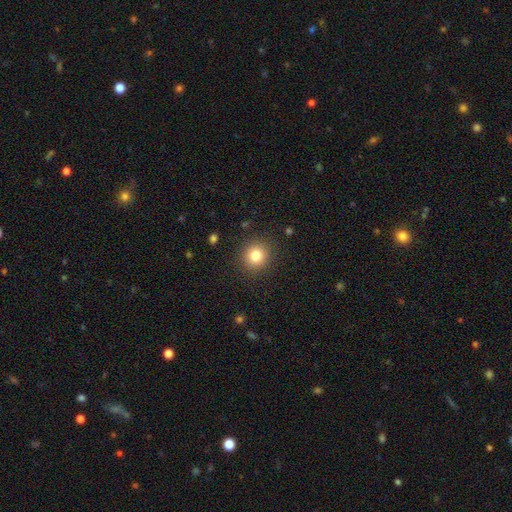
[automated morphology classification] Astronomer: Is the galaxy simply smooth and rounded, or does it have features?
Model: smooth — 82%.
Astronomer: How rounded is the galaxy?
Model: round — 89%.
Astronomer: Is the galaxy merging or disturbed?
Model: none — 89%.